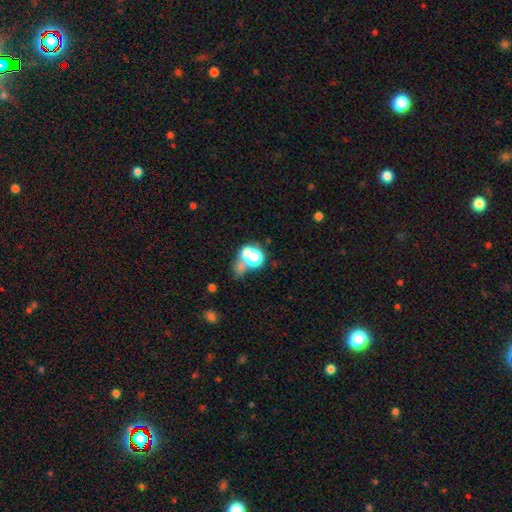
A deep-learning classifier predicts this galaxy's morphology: Smooth or featured? smooth (49%)
Merging? merger (44%)